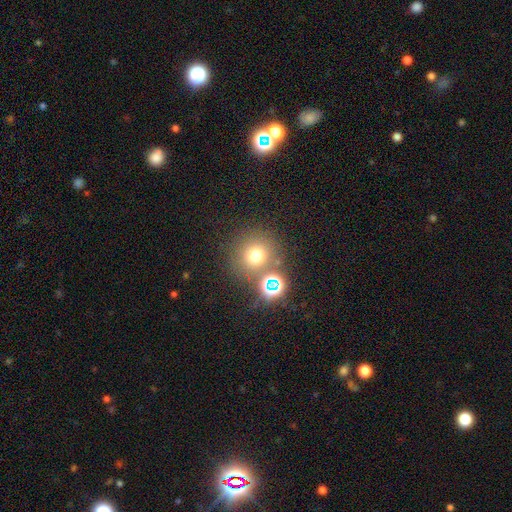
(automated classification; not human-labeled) This is likely a smooth galaxy (67%). How rounded: clearly round (91%). Merging: likely none (74%).